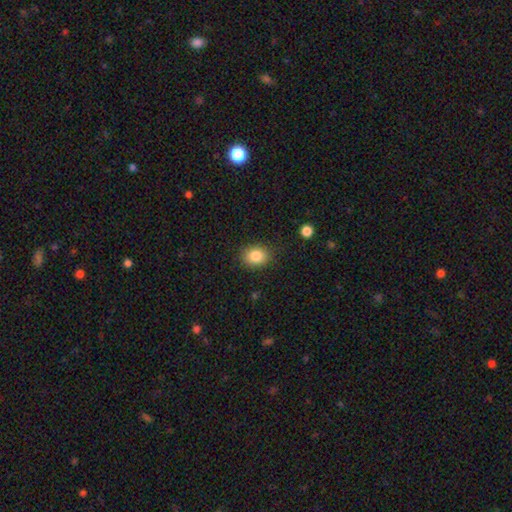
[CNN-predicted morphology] Q: Smooth or featured?
A: smooth (85%); runner-up: star or artifact (9%)
Q: How rounded?
A: in between (54%); runner-up: round (45%)
Q: Merging?
A: none (85%); runner-up: minor disturbance (11%)